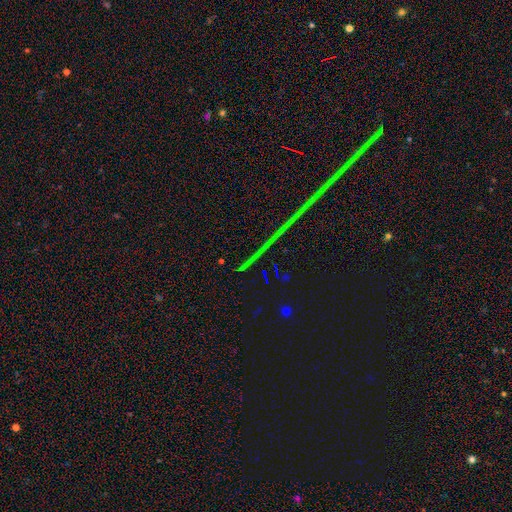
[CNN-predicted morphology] Smooth or featured? Predicted: star or artifact (p=0.86).